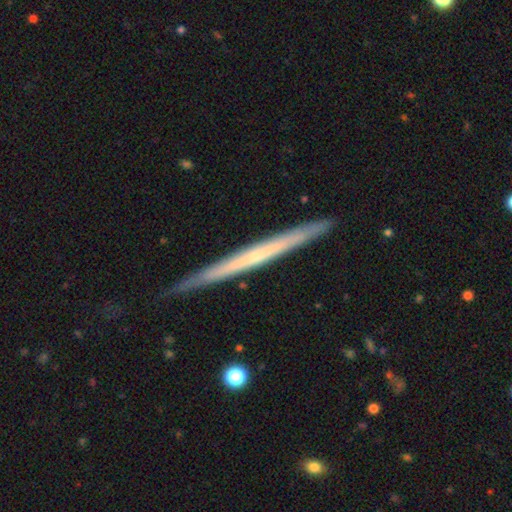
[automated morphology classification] Smooth or featured: featured or disk — 62% (smooth — 32%)
Edge-on disk: yes — 97% (no — 3%)
Edge-on bulge: none — 83% (rounded — 13%)
Merging: none — 87% (minor disturbance — 11%)